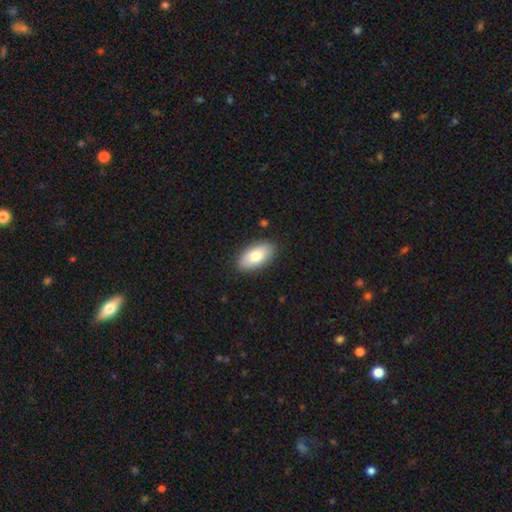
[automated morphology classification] The model was most divided on "smooth or featured": smooth: 77%, featured or disk: 17%, star or artifact: 6%. More confident: how rounded — in between (94%); merging — none (88%).